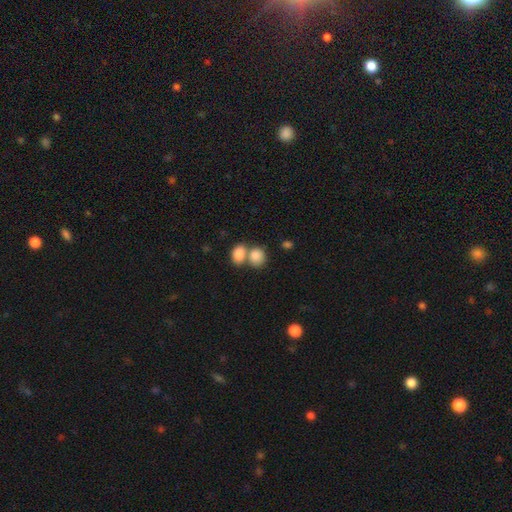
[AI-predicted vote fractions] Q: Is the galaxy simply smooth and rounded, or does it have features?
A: smooth — 85%.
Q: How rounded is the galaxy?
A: in between — 50%.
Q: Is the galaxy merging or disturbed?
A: merger — 55%.